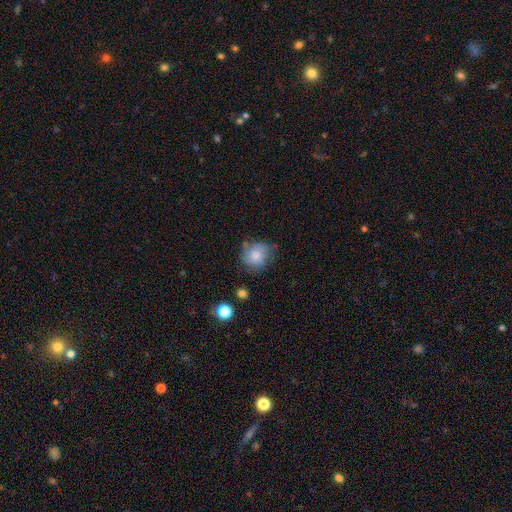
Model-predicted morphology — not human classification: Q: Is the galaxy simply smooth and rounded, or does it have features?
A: smooth — 72%.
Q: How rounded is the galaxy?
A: round — 78%.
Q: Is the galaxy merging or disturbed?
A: none — 60%.